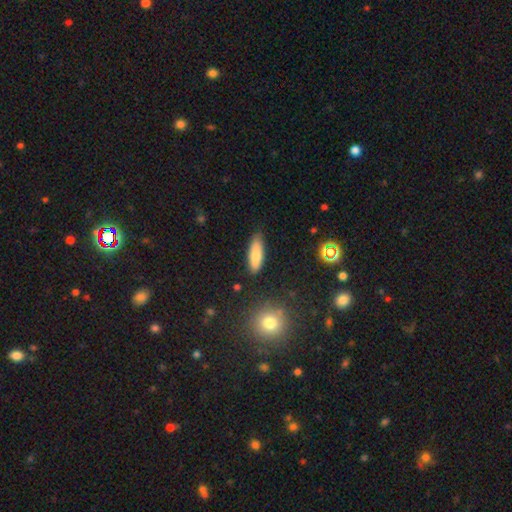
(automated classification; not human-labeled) A smooth galaxy with no disk features (81%) that is in between round and cigar-shaped (56%).

Vote fractions:
- Smooth or featured? smooth: 81% / featured or disk: 12% / star or artifact: 7%
- How rounded? in between: 56% / cigar-shaped: 42% / round: 2%
- Merging? none: 80% / minor disturbance: 15% / major disturbance: 3% / merger: 2%